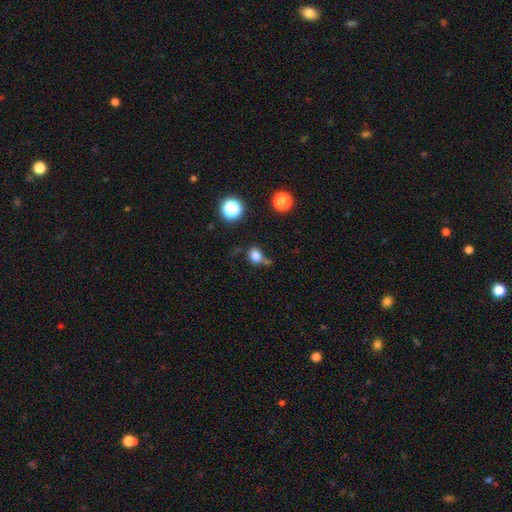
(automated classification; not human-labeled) This appears to be a smooth galaxy with no disk features (80%) that is round (56%). Merging: none (59%).